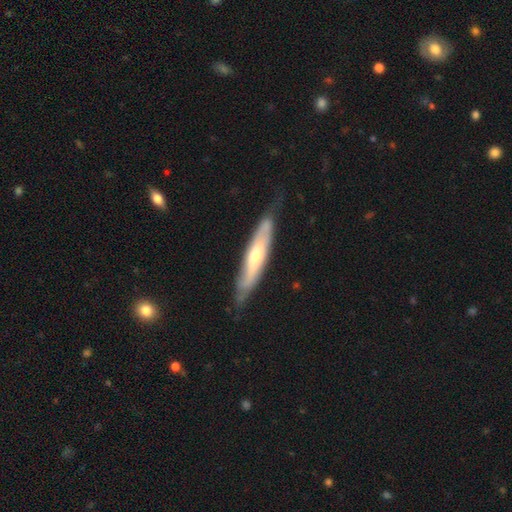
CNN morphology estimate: smooth-or-featured: featured or disk: 60% | smooth: 35% | star or artifact: 5%
  disk-edge-on: yes: 63% | no: 37%
  merging: none: 69% | minor disturbance: 23% | major disturbance: 5% | merger: 2%